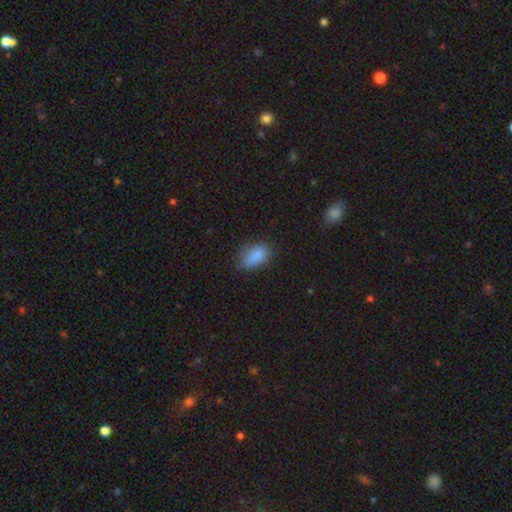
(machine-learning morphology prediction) Smooth or featured? smooth (84%)
How rounded? in between (87%)
Merging? none (61%)